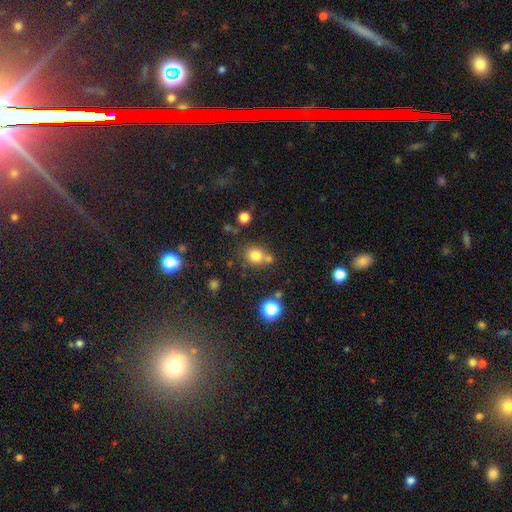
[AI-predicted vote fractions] This appears to be a smooth galaxy with no disk features (77%) that is round (77%). Merging: none (62%).